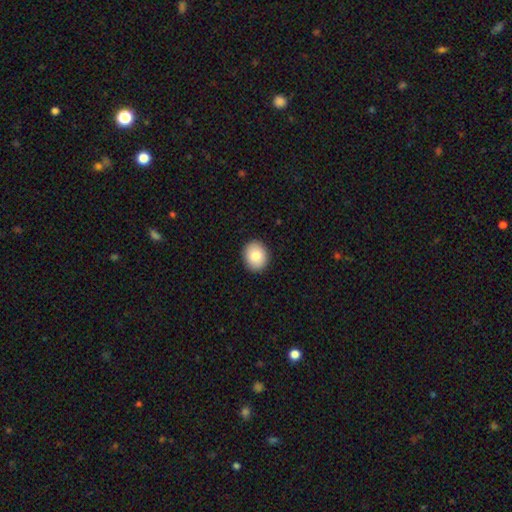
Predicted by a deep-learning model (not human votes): Smooth or featured? smooth (84%)
How rounded? round (62%)
Merging? none (91%)